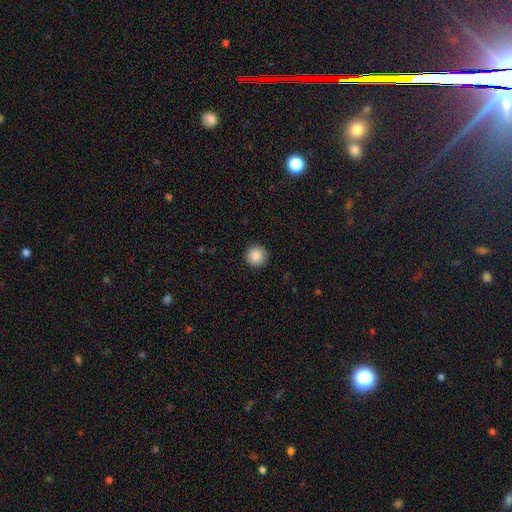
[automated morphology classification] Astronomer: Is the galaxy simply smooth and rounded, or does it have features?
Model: smooth — 87%.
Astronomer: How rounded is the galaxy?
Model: round — 96%.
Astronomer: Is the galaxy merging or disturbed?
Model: none — 93%.